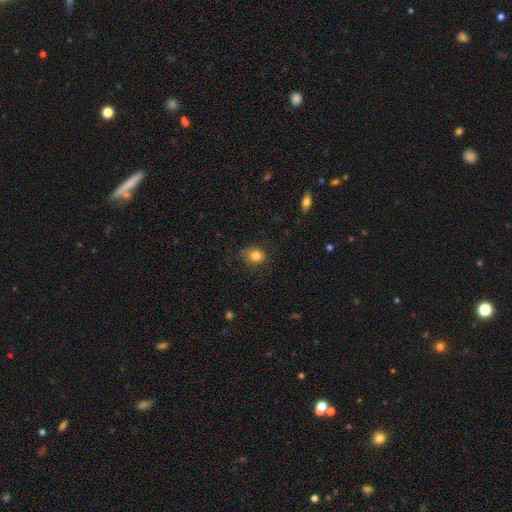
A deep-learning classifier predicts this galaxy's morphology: Overall: smooth (82%). How rounded: round (69%; in between 30%). Merging: none (76%).